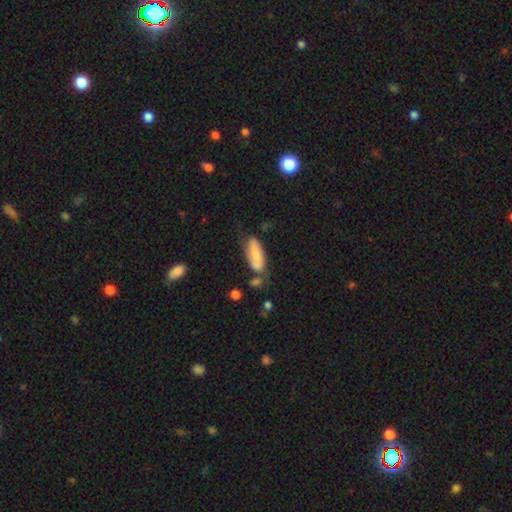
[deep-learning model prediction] A smooth galaxy with no disk features (71%) that is in between round and cigar-shaped (75%). Merging: none (52%).